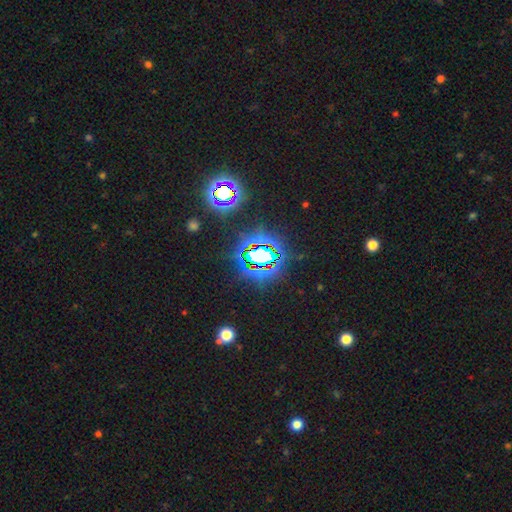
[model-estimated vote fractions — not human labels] Smooth or featured? Predicted: star or artifact (p=0.75).